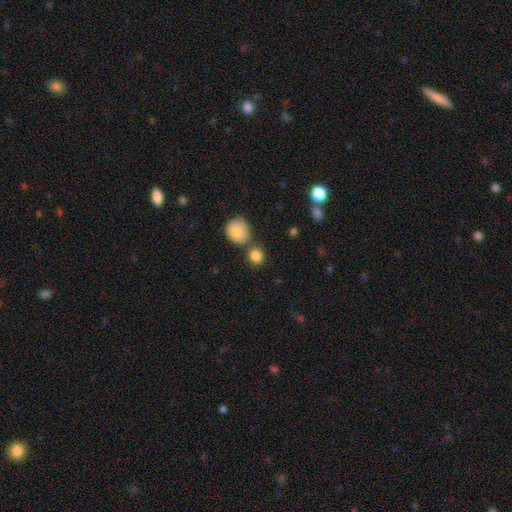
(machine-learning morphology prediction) Smooth or featured? smooth (85%)
How rounded? round (86%)
Merging? none (68%)